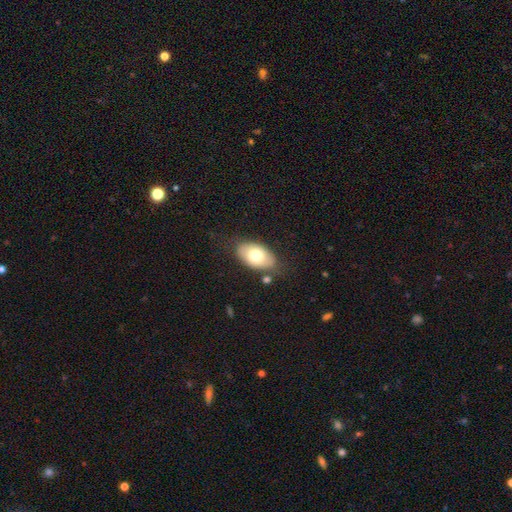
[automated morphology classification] Smooth or featured? Predicted: smooth (p=0.73). How rounded? Predicted: in between (p=0.93). Merging? Predicted: none (p=0.75).